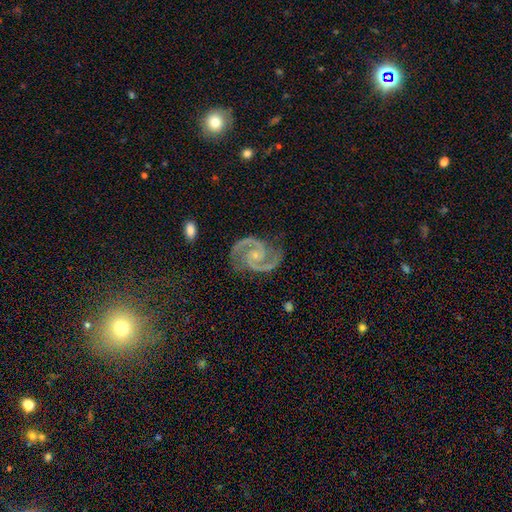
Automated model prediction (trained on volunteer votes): Smooth or featured? featured or disk (94%)
Edge-on disk? no (98%)
Bar? no (65%)
Spiral arms? yes (99%)
Spiral winding? medium (60%)
Spiral arm count? 2 (94%)
Bulge size? small (70%)
Merging? none (80%)